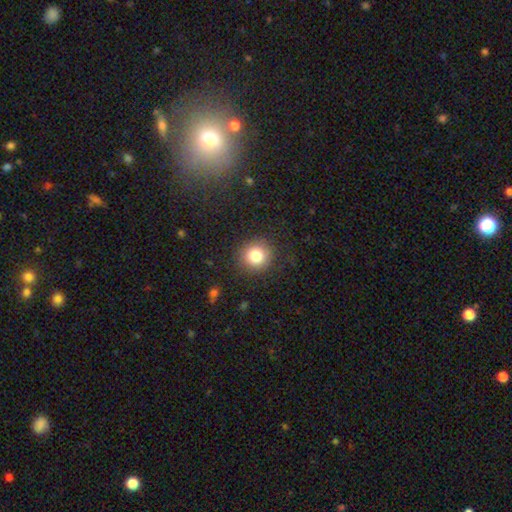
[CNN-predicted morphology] Smooth or featured? smooth (81%)
How rounded? round (91%)
Merging? none (88%)